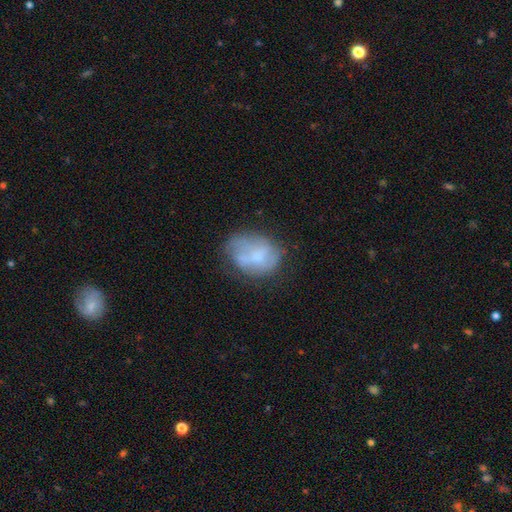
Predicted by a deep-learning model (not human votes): Smooth or featured? smooth (51%)
How rounded? in between (62%)
Merging? none (48%)